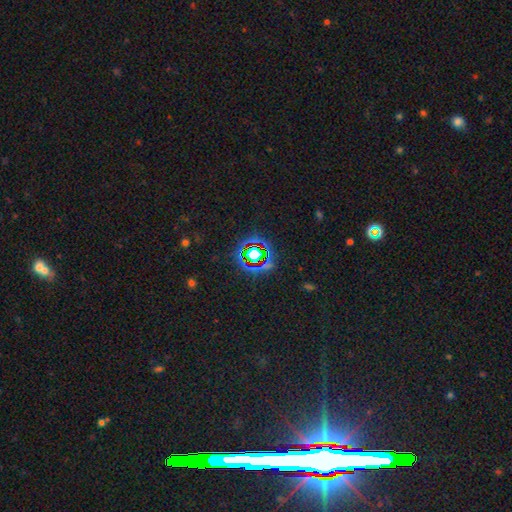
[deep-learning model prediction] This is likely a star or artifact rather than a galaxy (72%).